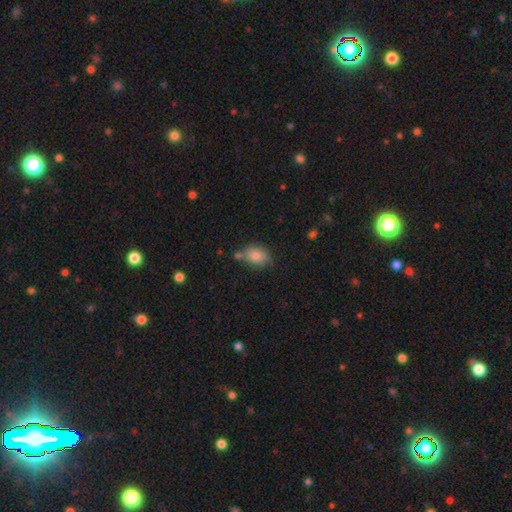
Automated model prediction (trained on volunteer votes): Morphology: type=smooth (81%); roundness=in between (68%); merging=none (67%).